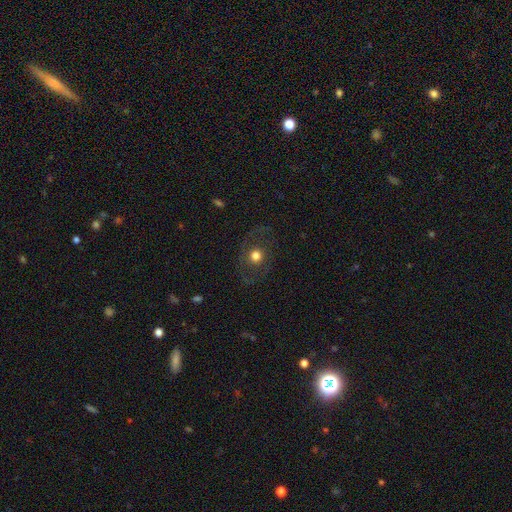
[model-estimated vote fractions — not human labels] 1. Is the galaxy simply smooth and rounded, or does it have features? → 52% smooth, 36% featured or disk, 12% star or artifact.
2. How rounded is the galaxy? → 74% round, 25% in between, 1% cigar-shaped.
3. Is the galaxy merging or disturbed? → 77% none, 12% minor disturbance, 10% major disturbance, 1% merger.